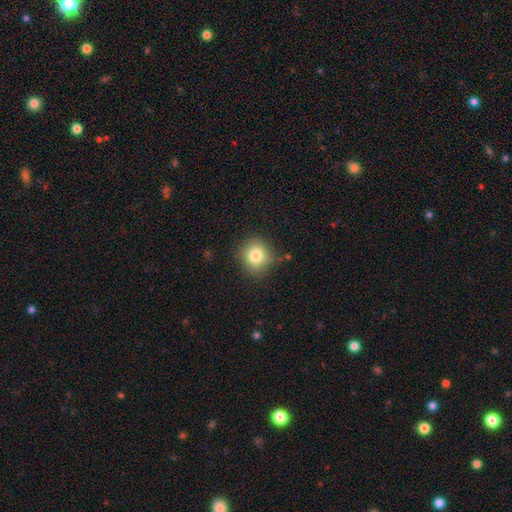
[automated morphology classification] smooth_or_featured: smooth (p=0.81) [alt: star or artifact p=0.11]
how_rounded: round (p=0.84) [alt: in between p=0.15]
merging: none (p=0.83) [alt: minor disturbance p=0.12]